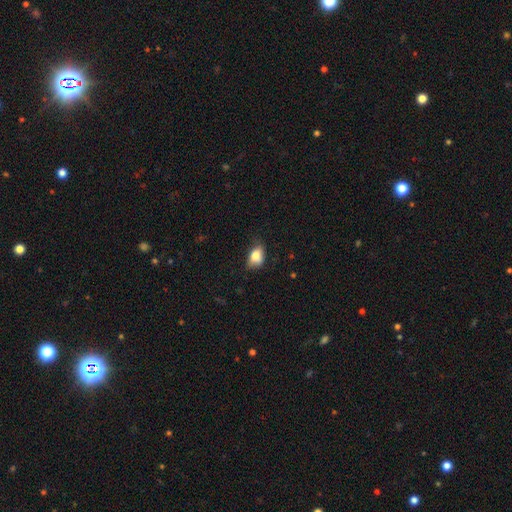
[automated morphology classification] smooth 79%, featured or disk 12%, star or artifact 9%. Down the decision tree: how rounded — in between (80%); merging — none (53%).